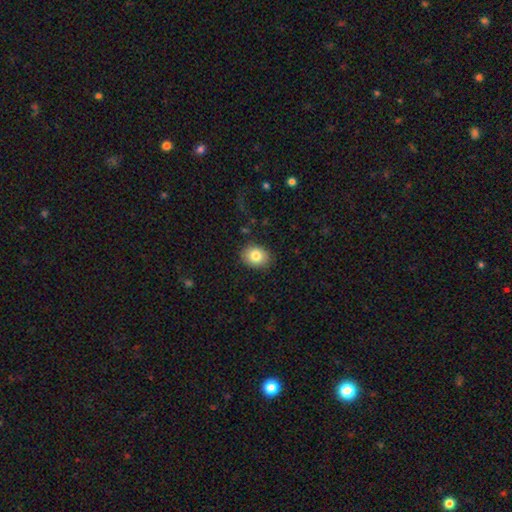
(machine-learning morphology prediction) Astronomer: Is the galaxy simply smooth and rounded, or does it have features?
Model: smooth — 82%.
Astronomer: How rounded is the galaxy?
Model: in between — 51% (runner-up: round, 48%).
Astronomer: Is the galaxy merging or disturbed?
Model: none — 87%.